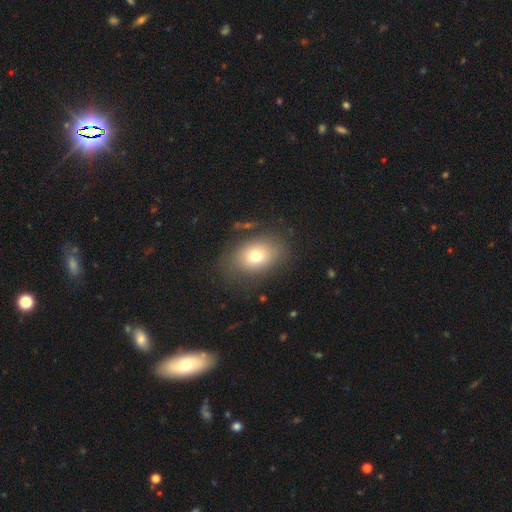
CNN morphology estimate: smooth-or-featured: smooth: 73% | featured or disk: 16% | star or artifact: 11%
  how-rounded: in between: 74% | round: 25% | cigar-shaped: 1%
  merging: none: 77% | minor disturbance: 14% | major disturbance: 6% | merger: 2%